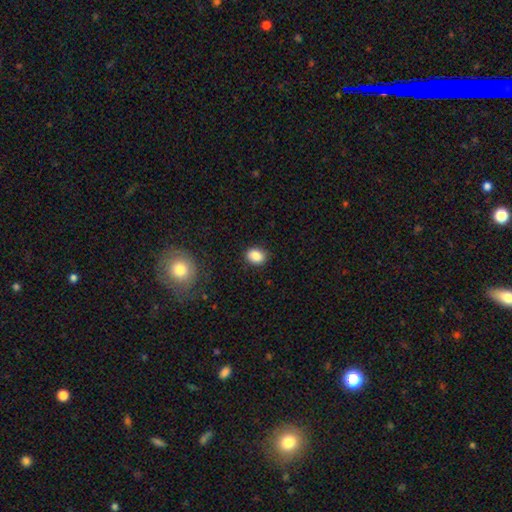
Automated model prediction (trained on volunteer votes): Smooth or featured?
  - smooth: 87% *
  - star or artifact: 9%
  - featured or disk: 5%
How rounded?
  - in between: 62% *
  - round: 37%
  - cigar-shaped: 1%
Merging?
  - none: 87% *
  - minor disturbance: 10%
  - major disturbance: 2%
  - merger: 1%